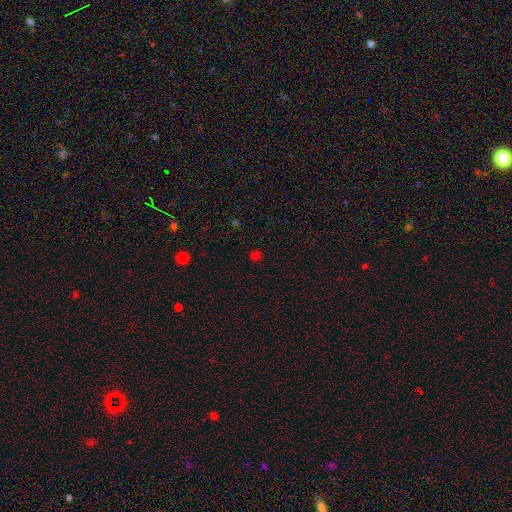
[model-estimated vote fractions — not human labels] Smooth or featured: smooth — 63% (star or artifact — 32%)
How rounded: round — 89% (in between — 10%)
Merging: none — 86% (minor disturbance — 9%)